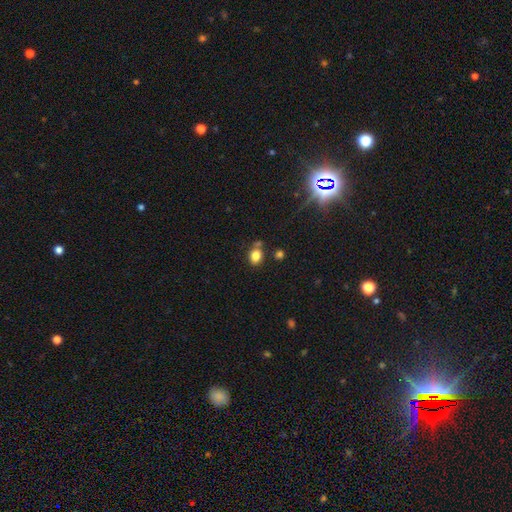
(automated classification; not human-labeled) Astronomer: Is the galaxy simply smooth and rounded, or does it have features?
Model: smooth — 81%.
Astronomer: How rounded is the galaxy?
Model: round — 50% (runner-up: in between, 49%).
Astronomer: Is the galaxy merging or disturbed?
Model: none — 68%.